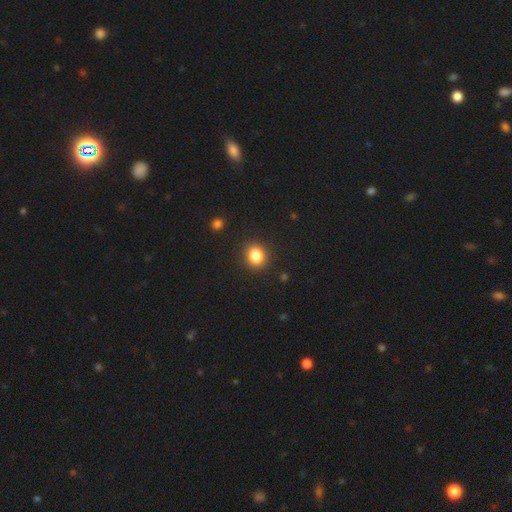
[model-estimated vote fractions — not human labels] Smooth or featured: smooth — 84% (star or artifact — 11%)
How rounded: round — 72% (in between — 27%)
Merging: none — 90% (minor disturbance — 7%)